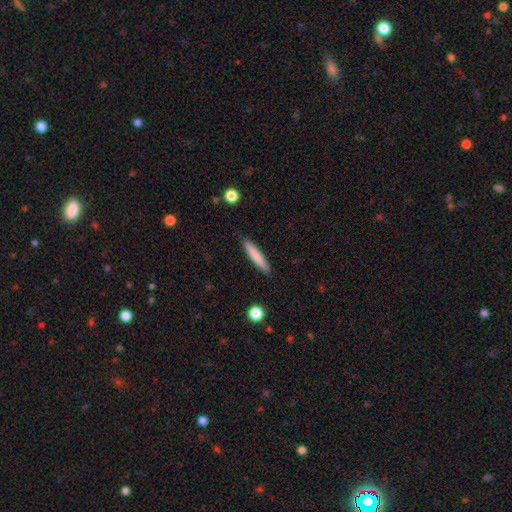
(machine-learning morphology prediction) Smooth or featured: smooth — 77% (featured or disk — 17%)
How rounded: cigar-shaped — 93% (in between — 6%)
Merging: none — 89% (minor disturbance — 8%)